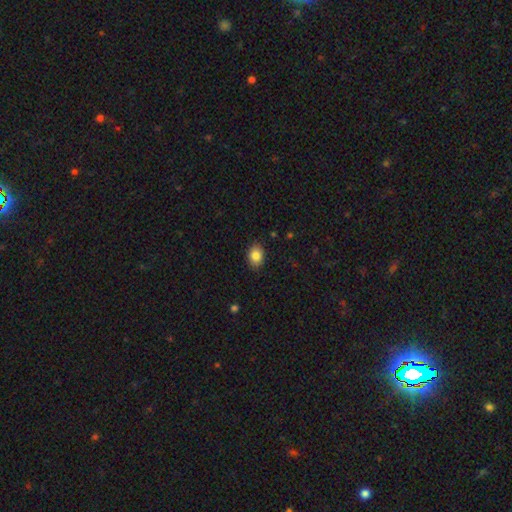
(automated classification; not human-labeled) Morphology: type=smooth (85%); roundness=in between (69%); merging=none (87%).